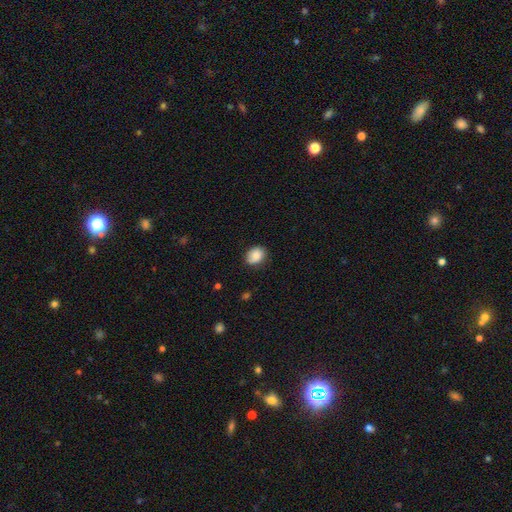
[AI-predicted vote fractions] Smooth or featured? smooth (81%)
How rounded? in between (53%)
Merging? none (73%)